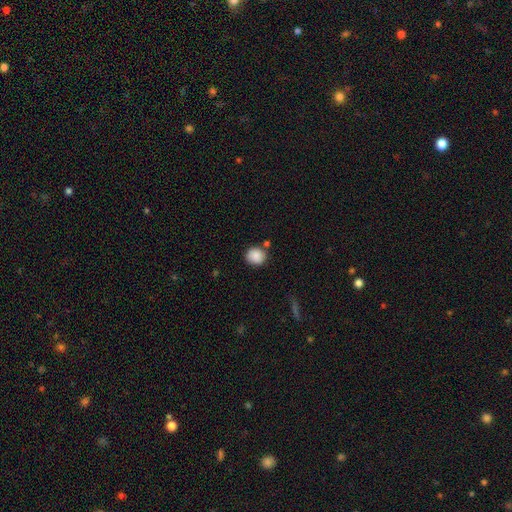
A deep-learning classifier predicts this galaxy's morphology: smooth 87%, star or artifact 8%, featured or disk 5%. Down the decision tree: how rounded — round (76%); merging — none (76%).